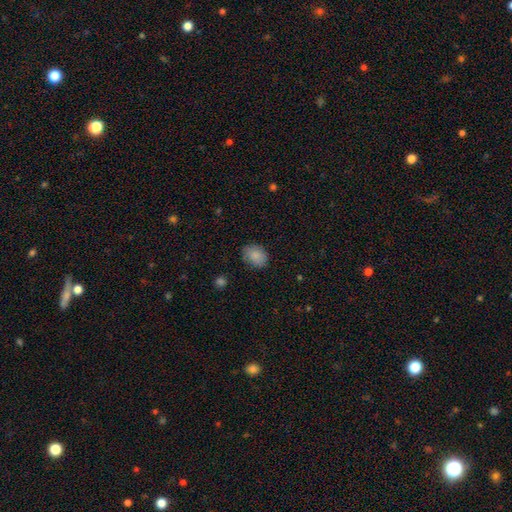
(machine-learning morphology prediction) smooth_or_featured: smooth (p=0.86) [alt: star or artifact p=0.08]
how_rounded: in between (p=0.66) [alt: round p=0.33]
merging: none (p=0.78) [alt: minor disturbance p=0.17]